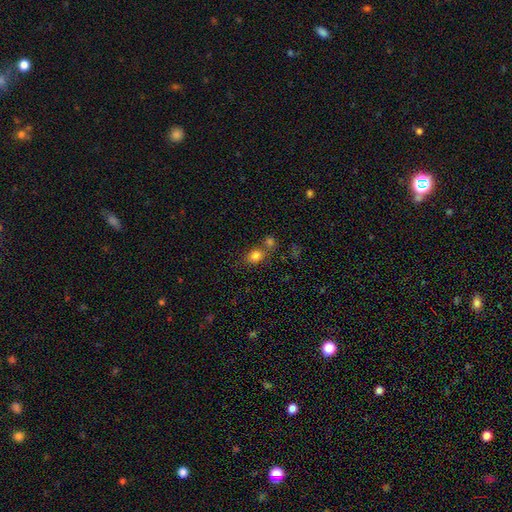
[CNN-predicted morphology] smooth-or-featured: smooth: 80% | star or artifact: 12% | featured or disk: 8%
  how-rounded: round: 52% | in between: 47% | cigar-shaped: 1%
  merging: none: 55% | merger: 29% | minor disturbance: 12% | major disturbance: 5%